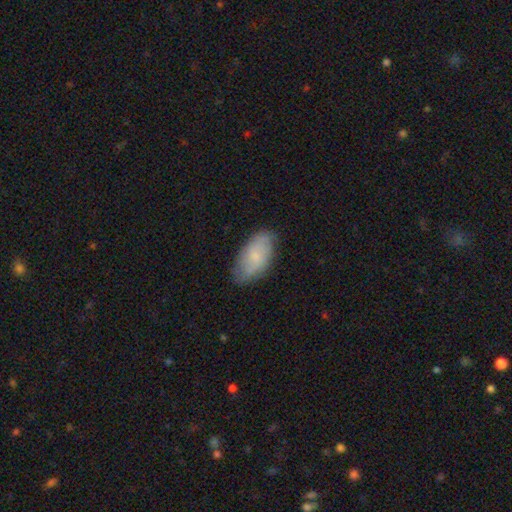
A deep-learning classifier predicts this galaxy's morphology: This appears to be a smooth galaxy with no disk features (63%) that is in between round and cigar-shaped (93%). Merging: none (75%).